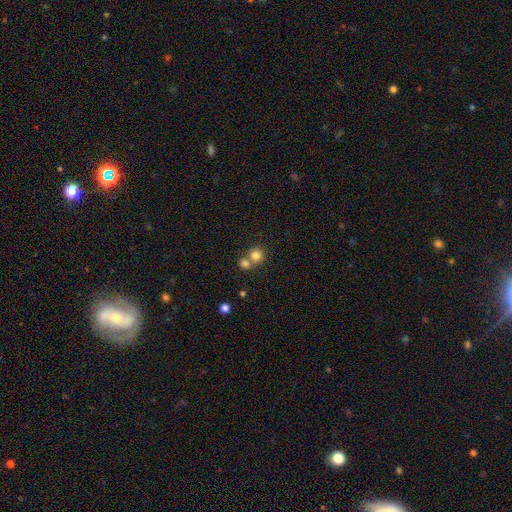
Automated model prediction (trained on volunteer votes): A smooth galaxy with no disk features (81%) that is round (89%). Merging: none (50%).